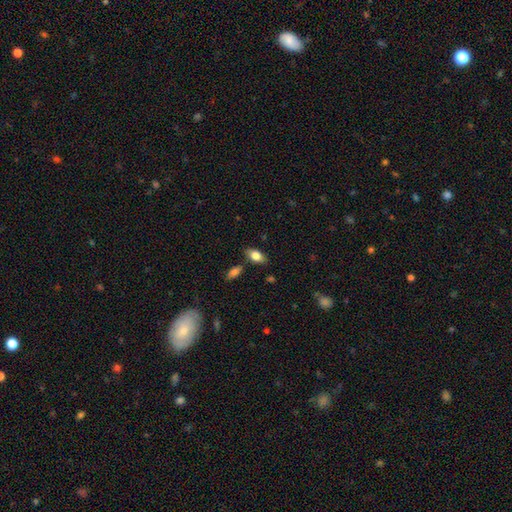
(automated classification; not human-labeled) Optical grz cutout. It shows a smooth galaxy with no disk features (79%) that is in between round and cigar-shaped (90%). Merging: none (78%).